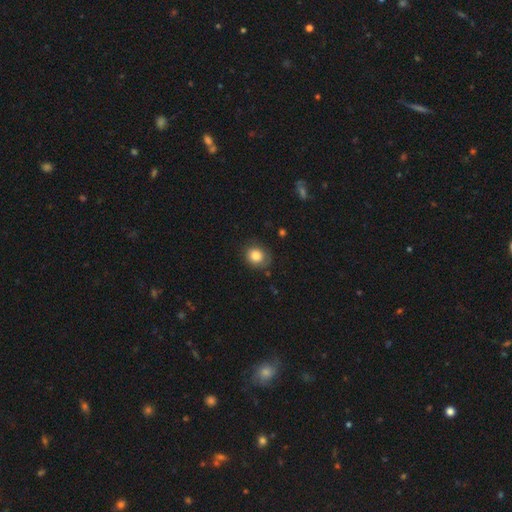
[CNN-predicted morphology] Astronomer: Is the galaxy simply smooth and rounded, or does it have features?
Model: smooth — 83%.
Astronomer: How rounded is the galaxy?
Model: round — 75%.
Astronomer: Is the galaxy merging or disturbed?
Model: none — 77%.